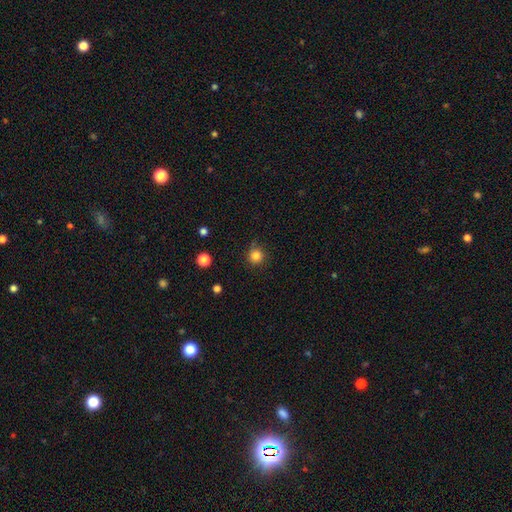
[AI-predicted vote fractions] This is clearly a smooth galaxy (83%). How rounded: clearly round (94%). Merging: clearly none (83%).